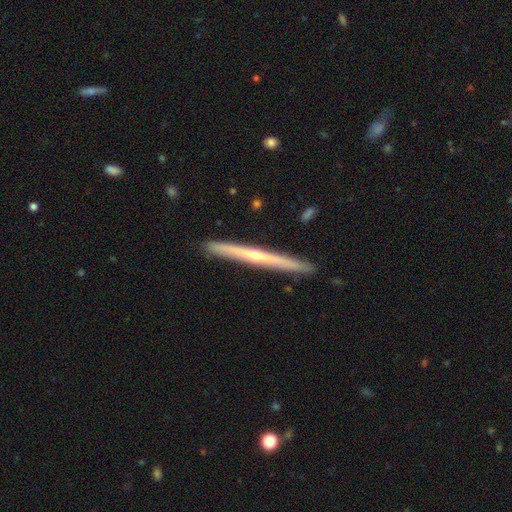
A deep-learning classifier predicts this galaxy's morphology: The model was most divided on "edge-on bulge": rounded: 64%, none: 33%, boxy: 3%. More confident: edge-on disk — yes (98%); merging — none (92%); smooth or featured — featured or disk (71%).